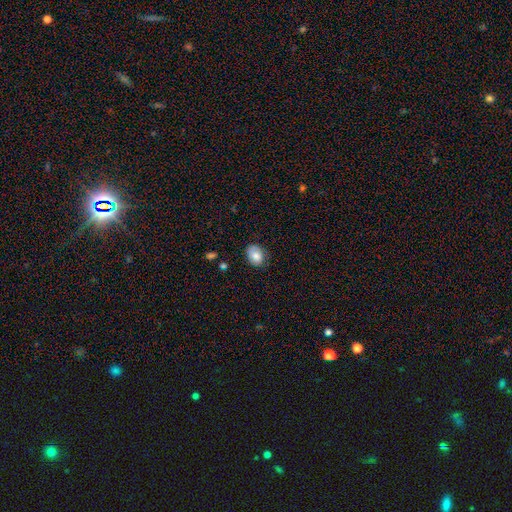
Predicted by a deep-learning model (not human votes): Smooth or featured? smooth (79%)
How rounded? in between (73%)
Merging? none (72%)